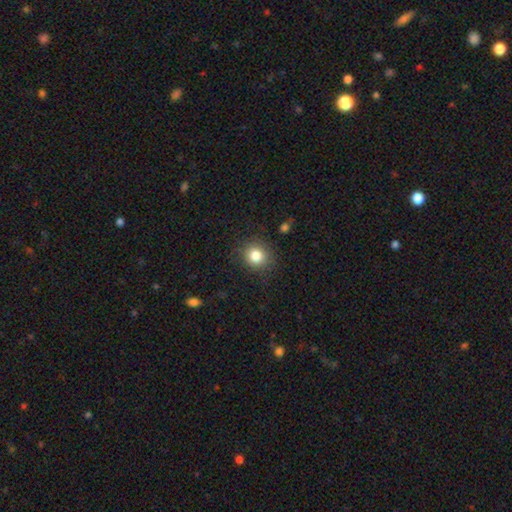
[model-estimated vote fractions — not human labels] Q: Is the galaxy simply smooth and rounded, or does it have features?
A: smooth — 83%.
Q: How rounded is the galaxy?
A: round — 84%.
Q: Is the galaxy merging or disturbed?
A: none — 85%.